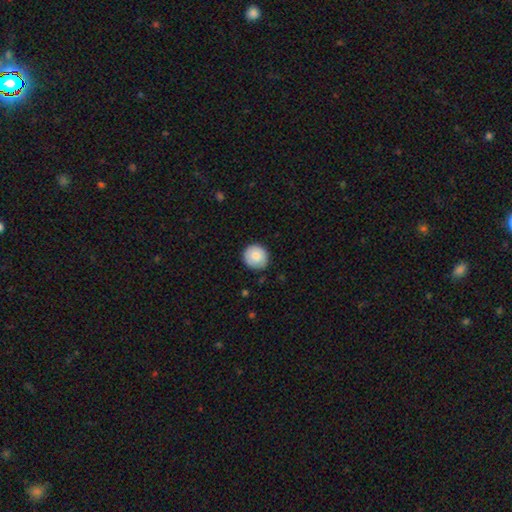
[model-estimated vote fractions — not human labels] Smooth or featured? Predicted: smooth (p=0.83). How rounded? Predicted: round (p=0.91). Merging? Predicted: none (p=0.85).